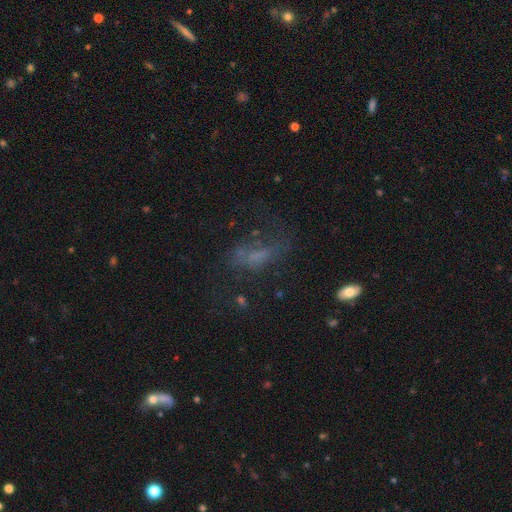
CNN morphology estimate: Smooth or featured? smooth (39%)
Merging? none (41%)